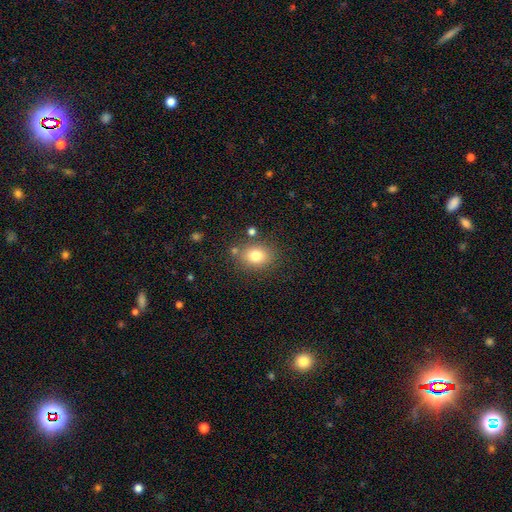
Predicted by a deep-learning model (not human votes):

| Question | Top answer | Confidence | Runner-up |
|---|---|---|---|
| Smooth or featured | smooth | 79% | star or artifact (11%) |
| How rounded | in between | 52% | round (46%) |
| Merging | none | 78% | minor disturbance (12%) |